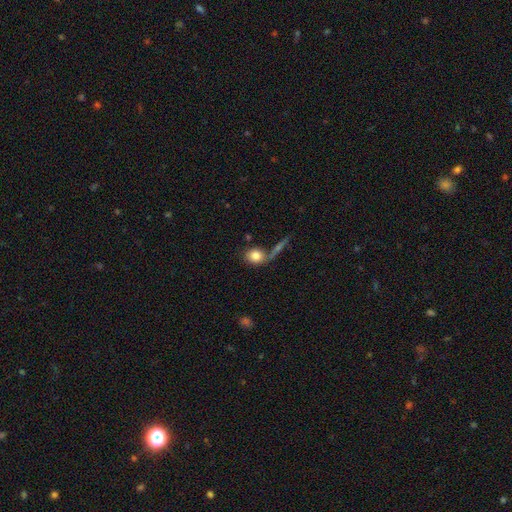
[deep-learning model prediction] smooth_or_featured: smooth (p=0.80) [alt: featured or disk p=0.13]
how_rounded: round (p=0.59) [alt: in between p=0.38]
merging: none (p=0.51) [alt: merger p=0.27]